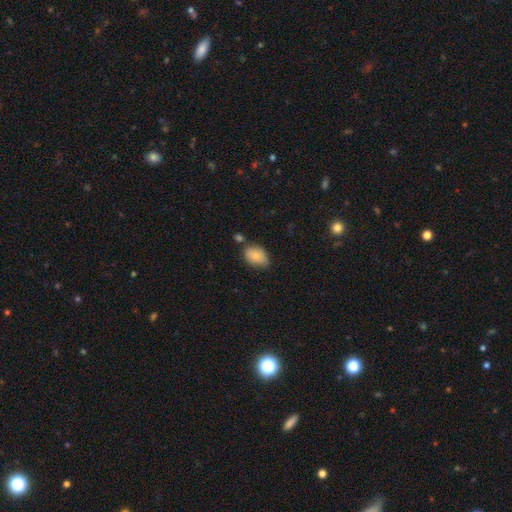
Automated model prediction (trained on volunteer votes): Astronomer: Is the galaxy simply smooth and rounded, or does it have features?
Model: smooth — 80%.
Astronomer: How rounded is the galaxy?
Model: in between — 84%.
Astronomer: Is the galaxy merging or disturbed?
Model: none — 61%.